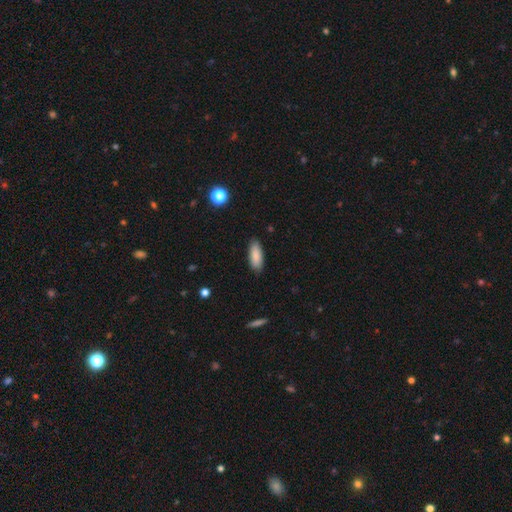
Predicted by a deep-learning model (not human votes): smooth_or_featured: smooth (p=0.88) [alt: star or artifact p=0.06]
how_rounded: in between (p=0.71) [alt: cigar-shaped p=0.27]
merging: none (p=0.86) [alt: minor disturbance p=0.11]